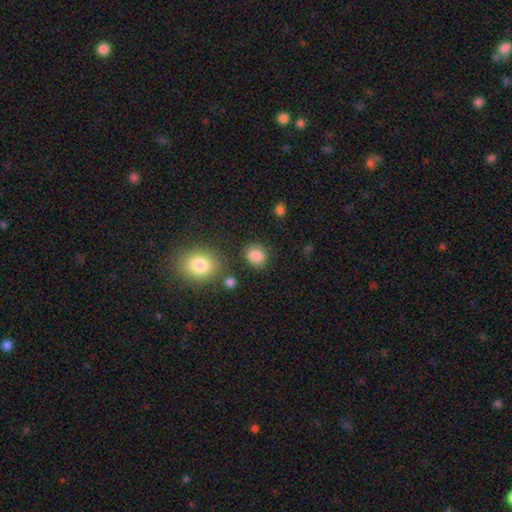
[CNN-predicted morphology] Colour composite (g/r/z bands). It shows a smooth galaxy with no disk features (86%) that is round (65%). Merging: none (81%).